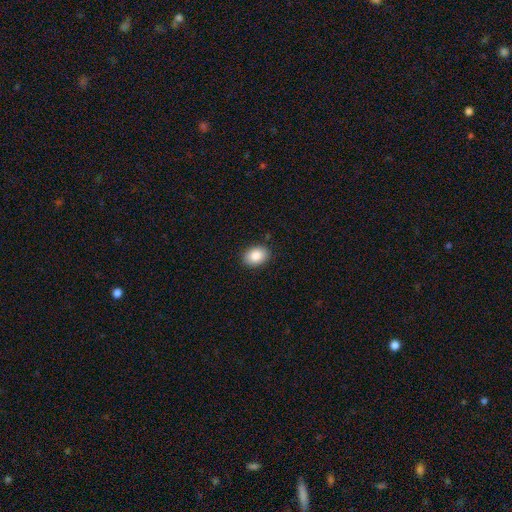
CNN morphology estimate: Smooth or featured? Predicted: smooth (p=0.87). How rounded? Predicted: in between (p=0.74). Merging? Predicted: none (p=0.89).